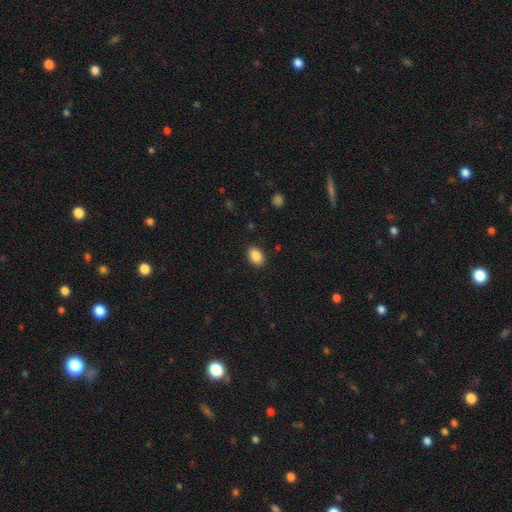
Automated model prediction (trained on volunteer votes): smooth 88%, star or artifact 8%, featured or disk 4%. Down the decision tree: how rounded — in between (89%); merging — none (88%).